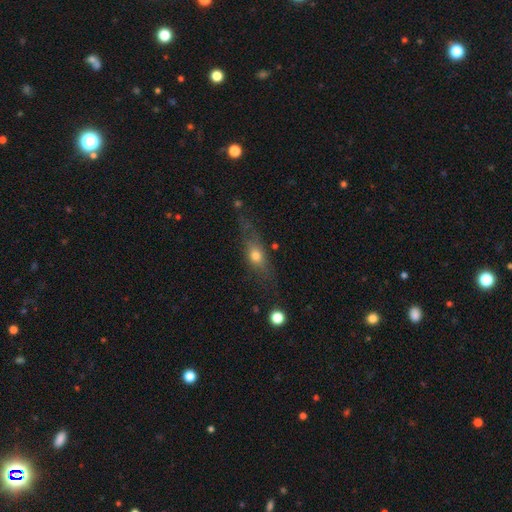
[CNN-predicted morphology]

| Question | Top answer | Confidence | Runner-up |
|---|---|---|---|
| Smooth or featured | smooth | 59% | featured or disk (31%) |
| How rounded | in between | 50% | cigar-shaped (37%) |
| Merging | none | 61% | minor disturbance (22%) |